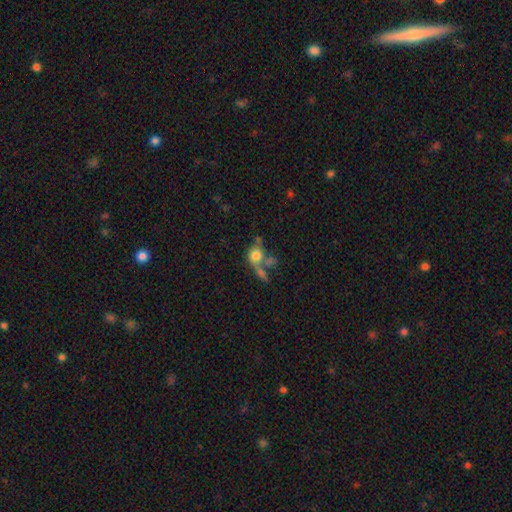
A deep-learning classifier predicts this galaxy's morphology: A smooth galaxy with no disk features (72%) that is round (66%).

Vote fractions:
- Smooth or featured? smooth: 72% / featured or disk: 17% / star or artifact: 11%
- How rounded? round: 66% / in between: 31% / cigar-shaped: 2%
- Merging? merger: 42% / none: 33% / major disturbance: 13% / minor disturbance: 12%